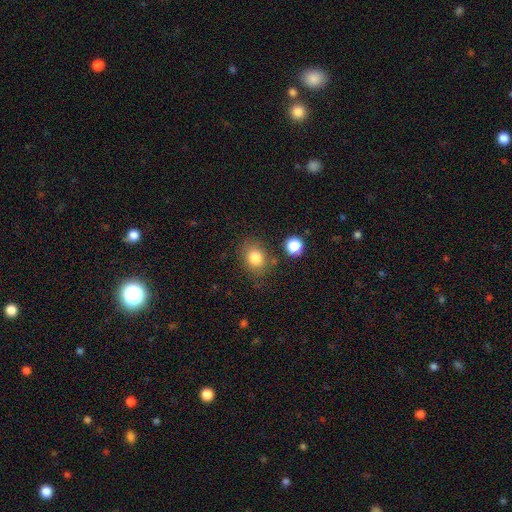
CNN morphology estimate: Smooth or featured?
  - smooth: 81% *
  - star or artifact: 11%
  - featured or disk: 8%
How rounded?
  - round: 51% *
  - in between: 48%
  - cigar-shaped: 1%
Merging?
  - none: 78% *
  - minor disturbance: 13%
  - merger: 5%
  - major disturbance: 4%